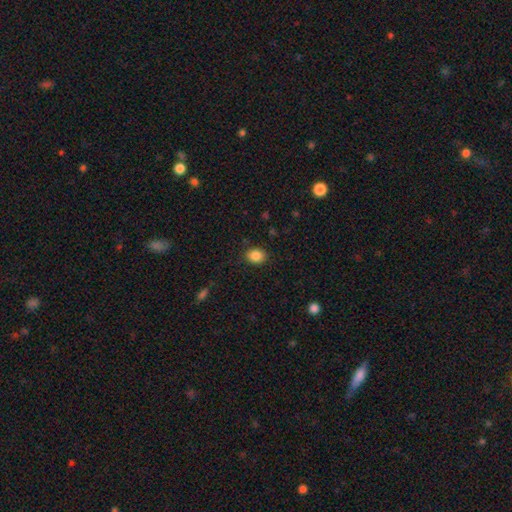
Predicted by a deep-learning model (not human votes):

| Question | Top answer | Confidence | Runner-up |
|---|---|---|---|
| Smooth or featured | smooth | 86% | star or artifact (9%) |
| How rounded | in between | 53% | round (46%) |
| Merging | none | 86% | minor disturbance (10%) |